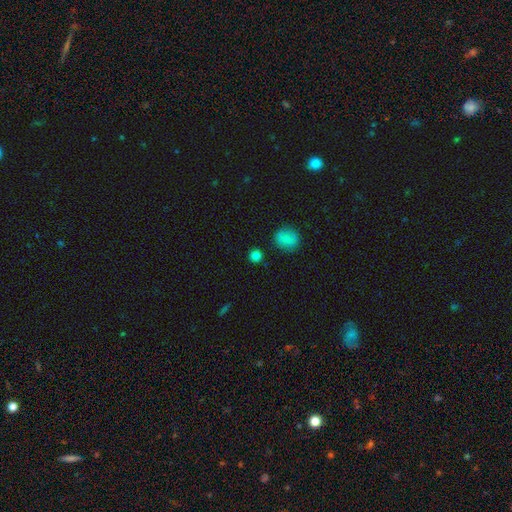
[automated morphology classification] type=smooth (82%); roundness=round (91%); merging=none (86%).